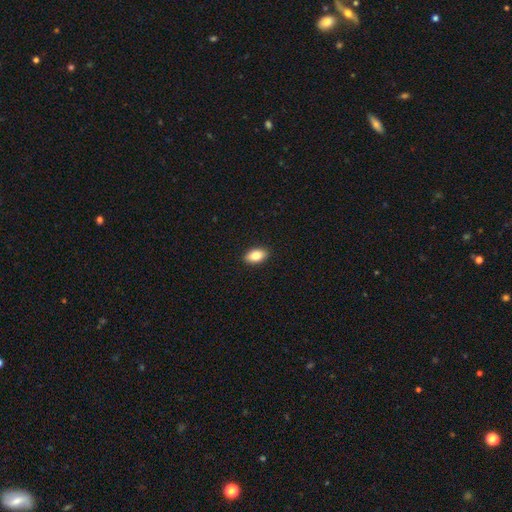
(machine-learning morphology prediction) The model was most divided on "smooth or featured": smooth: 83%, featured or disk: 10%, star or artifact: 7%. More confident: merging — none (91%); how rounded — in between (91%).